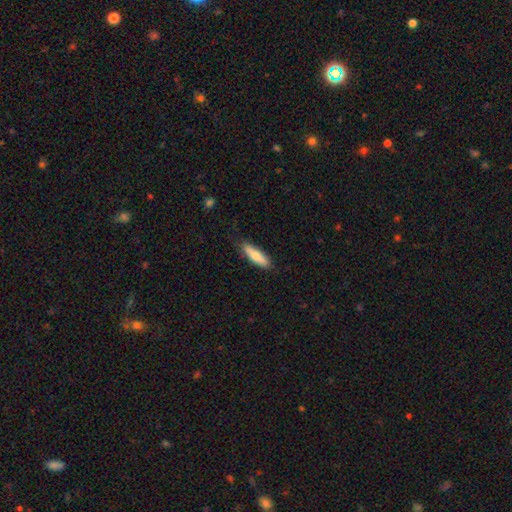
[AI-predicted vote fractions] A smooth galaxy with no disk features (68%) that is cigar-shaped (63%). Merging: none (82%).